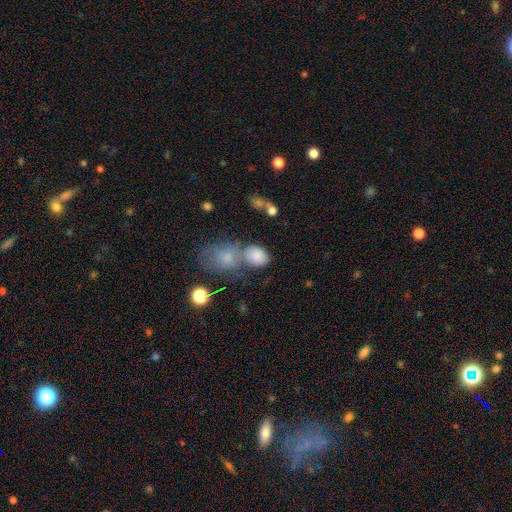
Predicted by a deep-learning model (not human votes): This is clearly a smooth galaxy (81%). How rounded: likely in between (64%). Merging: marginally merger (40%).